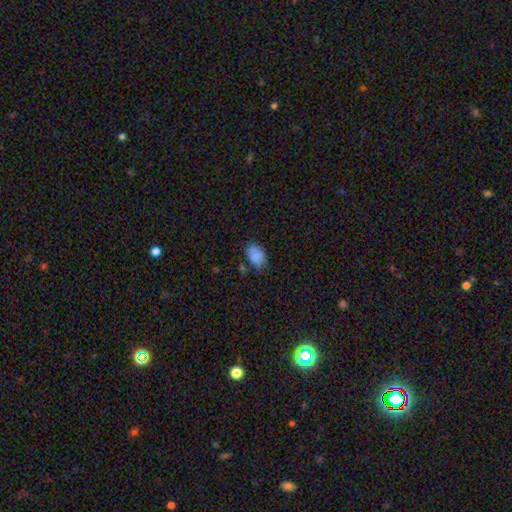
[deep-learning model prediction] Smooth or featured?
  - smooth: 84% *
  - star or artifact: 10%
  - featured or disk: 7%
How rounded?
  - in between: 84% *
  - round: 15%
  - cigar-shaped: 1%
Merging?
  - none: 64% *
  - minor disturbance: 25%
  - major disturbance: 6%
  - merger: 4%